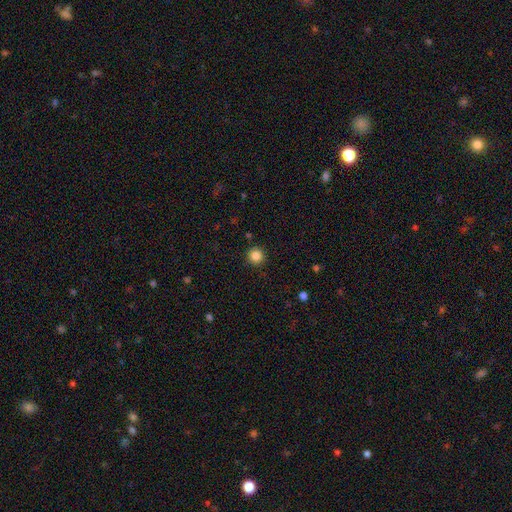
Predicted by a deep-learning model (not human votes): This appears to be a smooth galaxy with no disk features (85%) that is round (95%). Merging: none (91%).